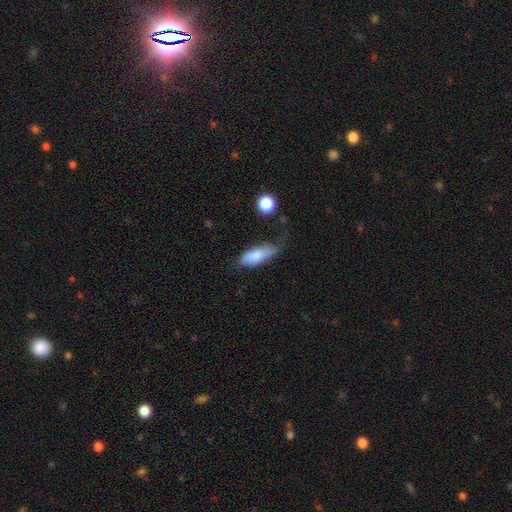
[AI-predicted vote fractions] smooth 82%, featured or disk 11%, star or artifact 7%. Down the decision tree: how rounded — in between (80%); merging — minor disturbance (40%).